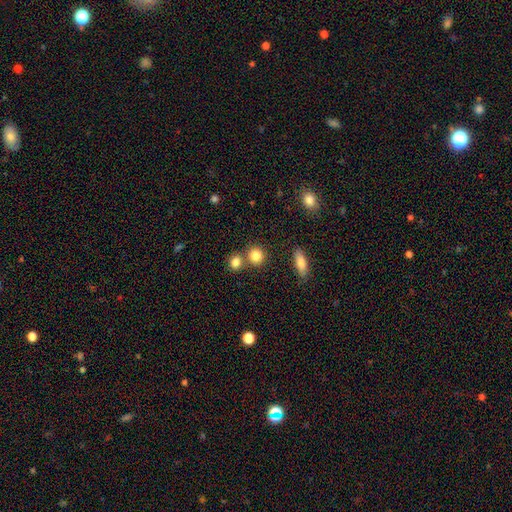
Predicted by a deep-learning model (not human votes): Morphology: type=smooth (83%); roundness=round (83%); merging=none (64%).